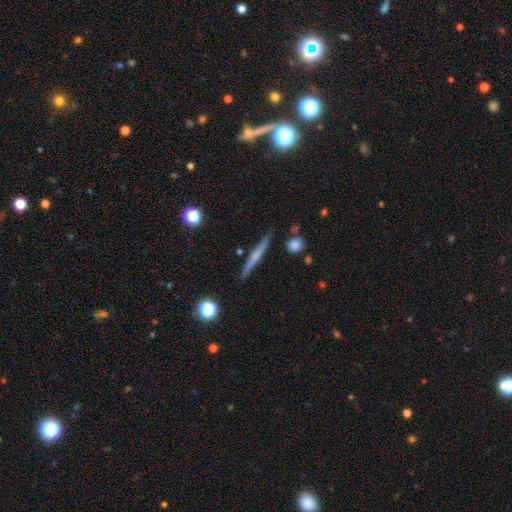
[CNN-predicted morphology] Overall: featured or disk (49%; smooth 44%). Merging: none (88%).